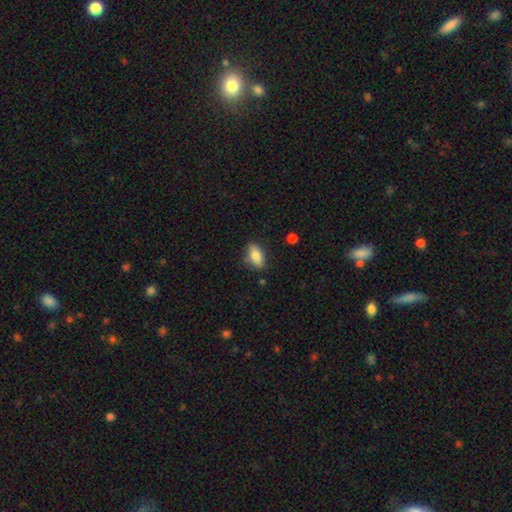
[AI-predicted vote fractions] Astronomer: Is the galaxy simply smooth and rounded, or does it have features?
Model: smooth — 79%.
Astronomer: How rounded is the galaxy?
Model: in between — 84%.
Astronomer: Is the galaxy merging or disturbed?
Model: none — 79%.